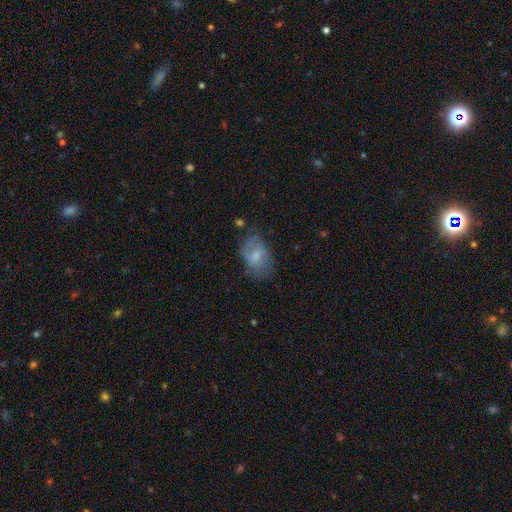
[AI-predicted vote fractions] A smooth galaxy with no disk features (53%) that is in between round and cigar-shaped (86%). Merging: none (56%).